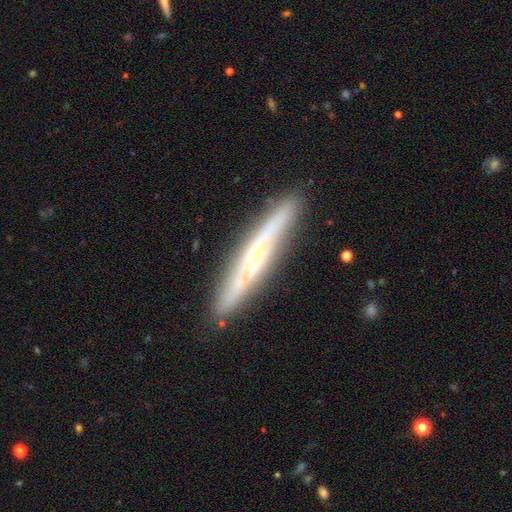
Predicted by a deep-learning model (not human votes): Q: Smooth or featured?
A: featured or disk (65%); runner-up: smooth (27%)
Q: Edge-on disk?
A: yes (86%); runner-up: no (14%)
Q: Edge-on bulge?
A: none (49%); runner-up: rounded (37%)
Q: Merging?
A: none (84%); runner-up: minor disturbance (12%)